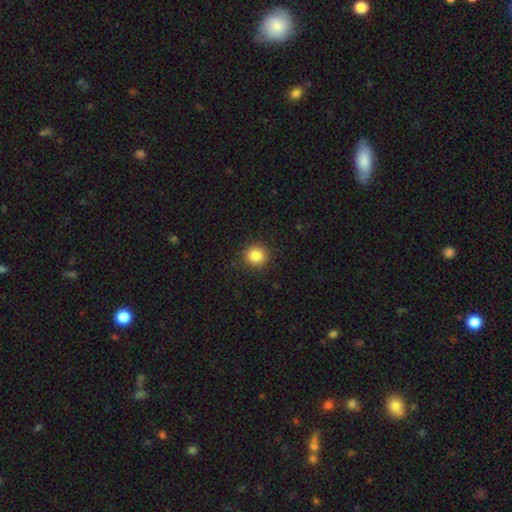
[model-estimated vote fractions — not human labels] smooth 85%, star or artifact 11%, featured or disk 5%. Down the decision tree: how rounded — round (91%); merging — none (90%).